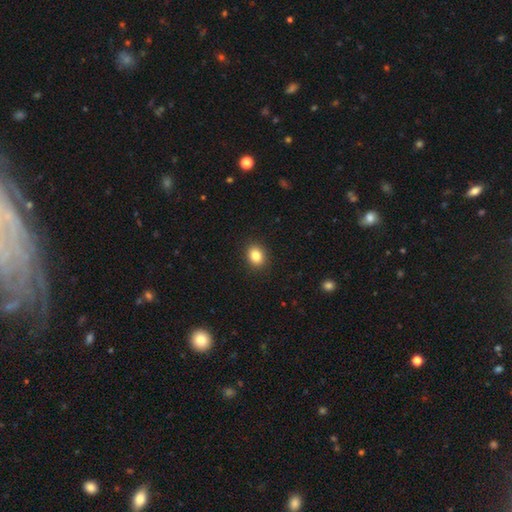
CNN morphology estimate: Smooth or featured: smooth — 84% (star or artifact — 10%)
How rounded: round — 57% (in between — 43%)
Merging: none — 91% (minor disturbance — 6%)